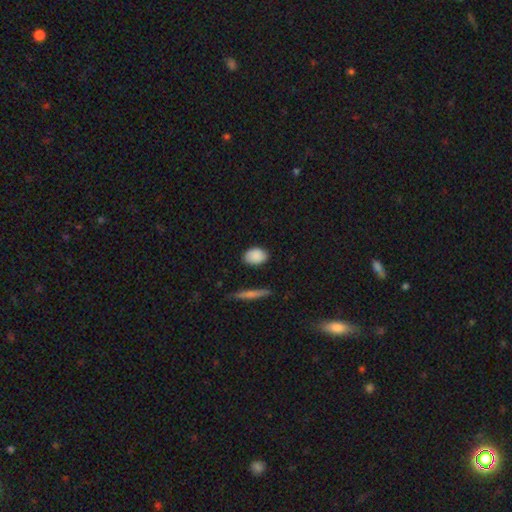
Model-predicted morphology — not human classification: smooth-or-featured: smooth: 87% | star or artifact: 7% | featured or disk: 5%
  how-rounded: in between: 77% | round: 20% | cigar-shaped: 2%
  merging: none: 82% | minor disturbance: 14% | major disturbance: 3% | merger: 2%